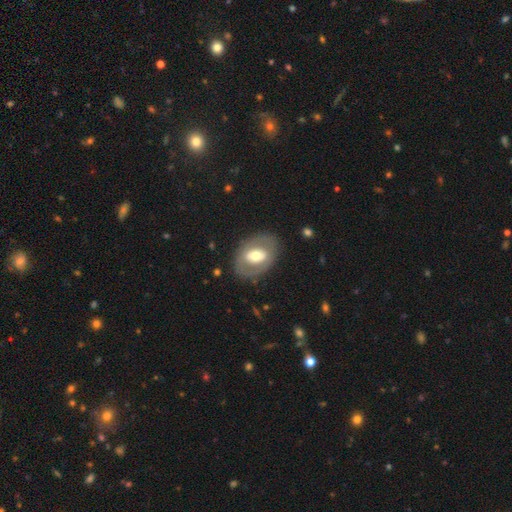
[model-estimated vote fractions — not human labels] Smooth or featured: featured or disk — 52% (smooth — 42%)
Edge-on disk: no — 92% (yes — 8%)
Merging: none — 78% (minor disturbance — 13%)